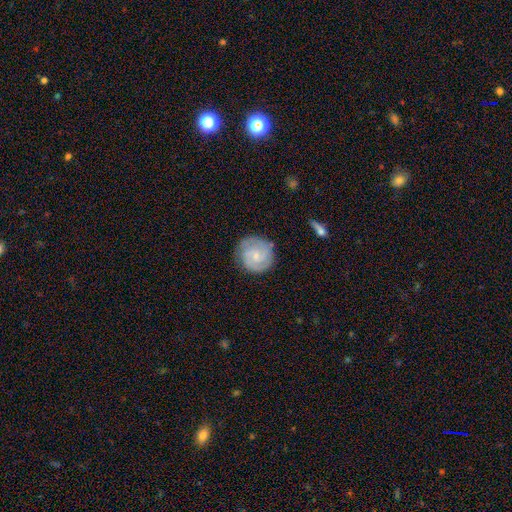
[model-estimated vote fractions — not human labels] Smooth or featured? featured or disk (68%)
Edge-on disk? no (98%)
Bar? no (62%)
Spiral arms? yes (93%)
Spiral winding? tight (60%)
Spiral arm count? 2 (52%)
Bulge size? small (67%)
Merging? none (78%)